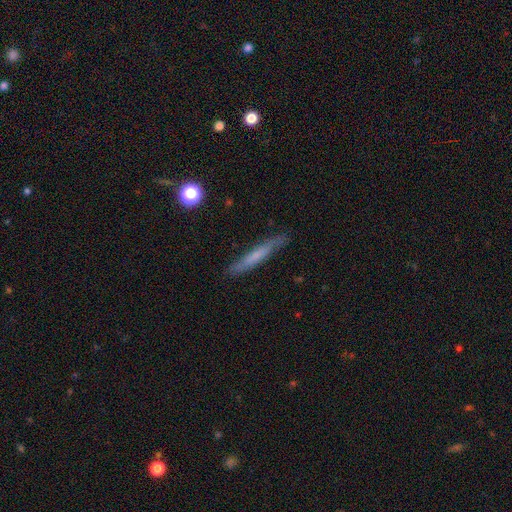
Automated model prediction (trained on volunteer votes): Smooth or featured? smooth (50%)
How rounded? cigar-shaped (94%)
Merging? none (84%)